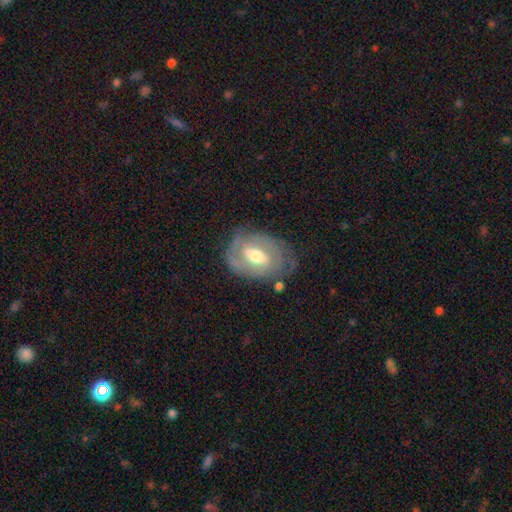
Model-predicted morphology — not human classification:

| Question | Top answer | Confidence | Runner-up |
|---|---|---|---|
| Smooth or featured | featured or disk | 76% | smooth (18%) |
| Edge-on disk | no | 95% | yes (5%) |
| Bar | weak | 49% | no (27%) |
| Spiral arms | yes | 81% | no (19%) |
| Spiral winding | tight | 60% | medium (30%) |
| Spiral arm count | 2 | 49% | can't tell (32%) |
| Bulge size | moderate | 71% | small (18%) |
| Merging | none | 65% | minor disturbance (23%) |